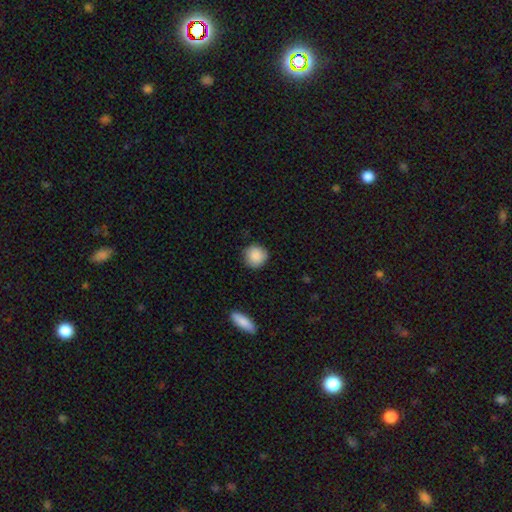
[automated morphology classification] smooth-or-featured: smooth: 89% | star or artifact: 7% | featured or disk: 4%
  how-rounded: round: 91% | in between: 8% | cigar-shaped: 1%
  merging: none: 86% | minor disturbance: 10% | major disturbance: 2% | merger: 1%